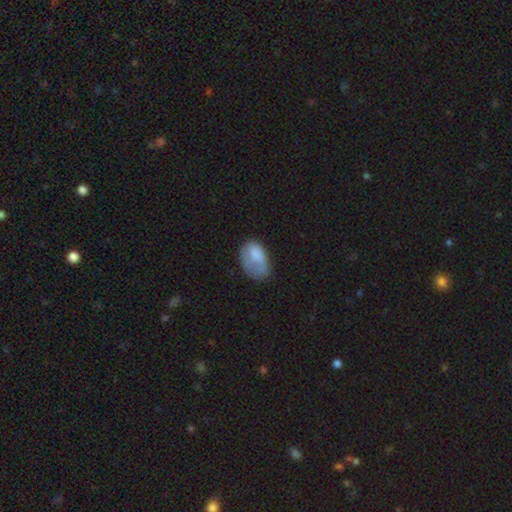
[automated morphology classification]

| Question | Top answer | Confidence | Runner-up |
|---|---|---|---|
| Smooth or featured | smooth | 71% | featured or disk (21%) |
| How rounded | in between | 88% | round (10%) |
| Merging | none | 36% | minor disturbance (32%) |